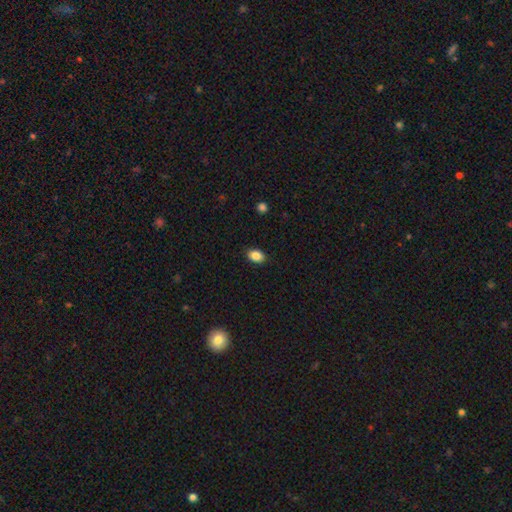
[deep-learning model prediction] Smooth or featured? Predicted: smooth (p=0.87). How rounded? Predicted: in between (p=0.80). Merging? Predicted: none (p=0.89).